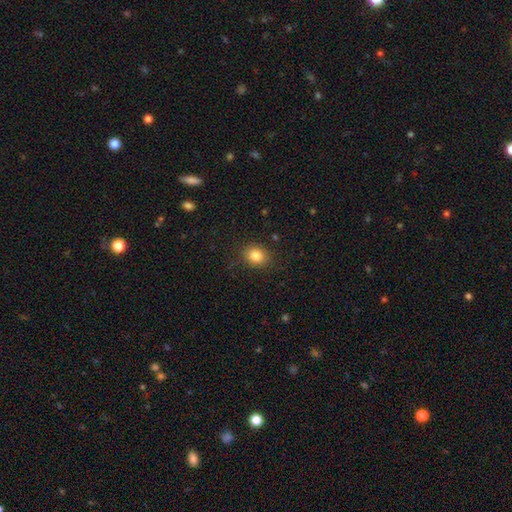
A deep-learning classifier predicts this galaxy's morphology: Smooth or featured: smooth — 83% (star or artifact — 11%)
How rounded: round — 65% (in between — 34%)
Merging: none — 86% (minor disturbance — 10%)